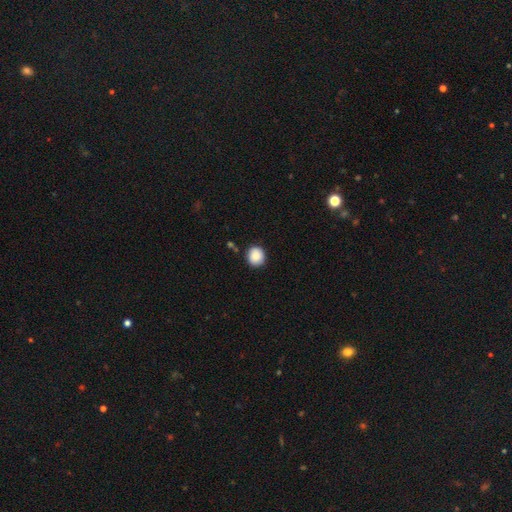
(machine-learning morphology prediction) smooth_or_featured: smooth (p=0.87) [alt: star or artifact p=0.08]
how_rounded: round (p=0.89) [alt: in between p=0.10]
merging: none (p=0.88) [alt: minor disturbance p=0.09]